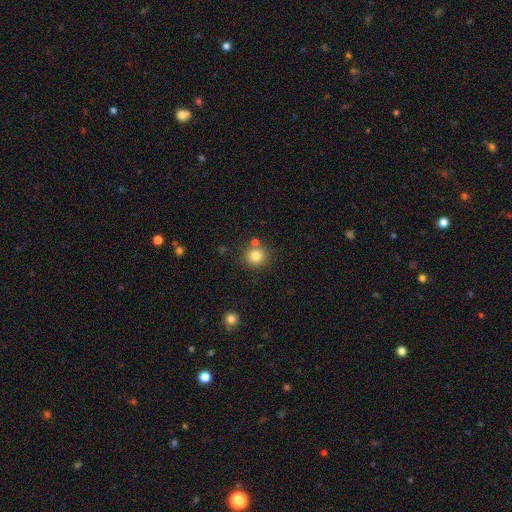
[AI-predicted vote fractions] Q: Smooth or featured?
A: smooth (81%); runner-up: star or artifact (12%)
Q: How rounded?
A: round (90%); runner-up: in between (9%)
Q: Merging?
A: none (77%); runner-up: merger (12%)